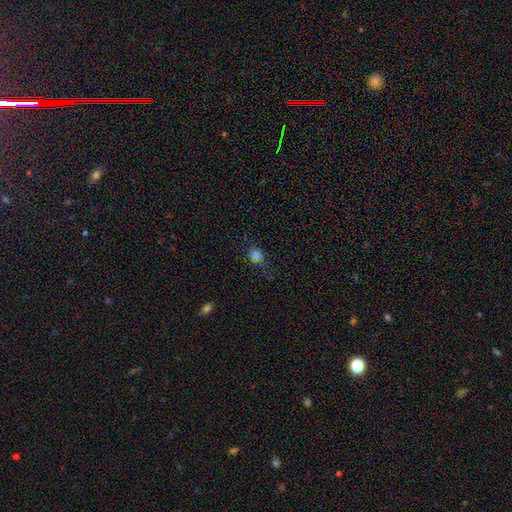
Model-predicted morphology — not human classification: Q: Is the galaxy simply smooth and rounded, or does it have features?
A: smooth — 72%.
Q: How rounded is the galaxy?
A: round — 62%.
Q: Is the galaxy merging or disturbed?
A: none — 60%.